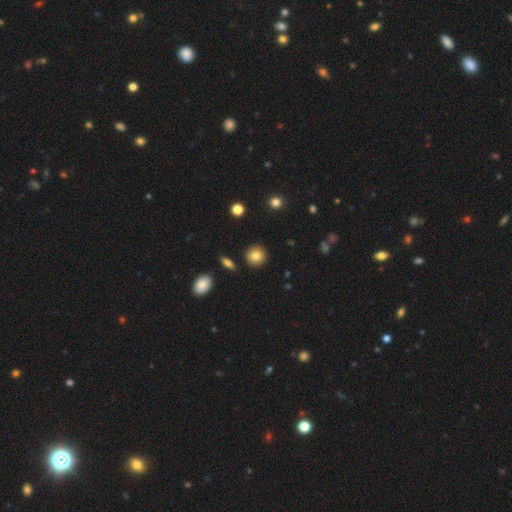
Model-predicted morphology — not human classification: The model was most divided on "smooth or featured": smooth: 82%, star or artifact: 9%, featured or disk: 9%. More confident: how rounded — round (91%); merging — none (90%).